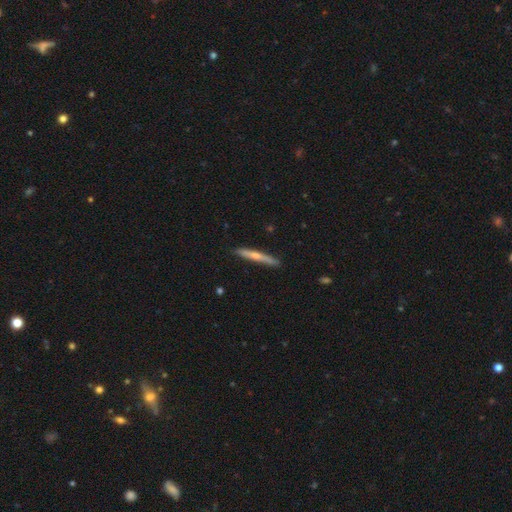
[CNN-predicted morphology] The model was most divided on "smooth or featured": smooth: 53%, featured or disk: 41%, star or artifact: 5%. More confident: how rounded — cigar-shaped (95%); merging — none (87%).